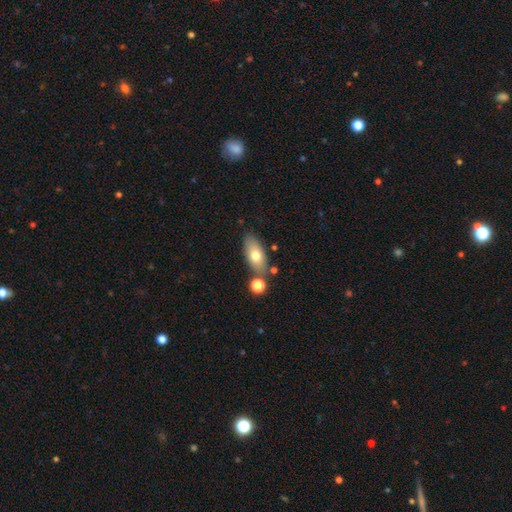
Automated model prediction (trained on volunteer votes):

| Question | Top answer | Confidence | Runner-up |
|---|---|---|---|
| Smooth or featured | smooth | 70% | featured or disk (22%) |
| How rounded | in between | 84% | cigar-shaped (10%) |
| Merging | none | 72% | minor disturbance (13%) |